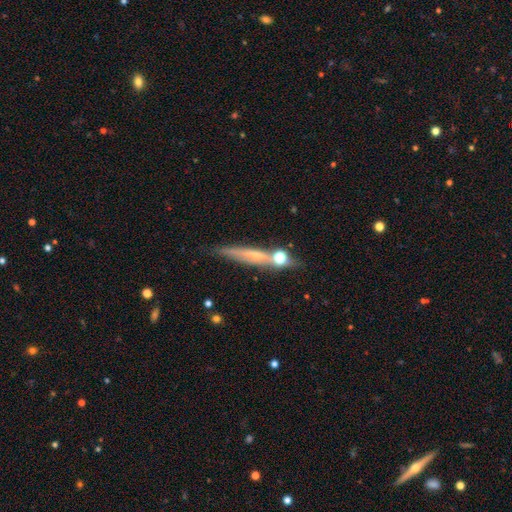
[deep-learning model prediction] smooth_or_featured: featured or disk (p=0.53) [alt: smooth p=0.37]
disk_edge_on: yes (p=0.89) [alt: no p=0.11]
merging: none (p=0.70) [alt: minor disturbance p=0.14]